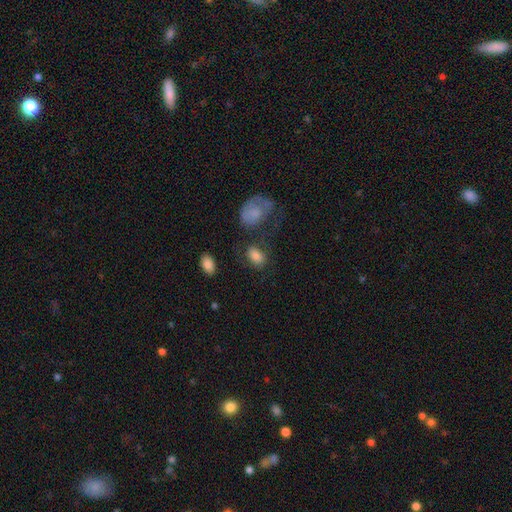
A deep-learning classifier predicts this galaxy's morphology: Overall: smooth (81%). How rounded: in between (82%). Merging: none (66%).